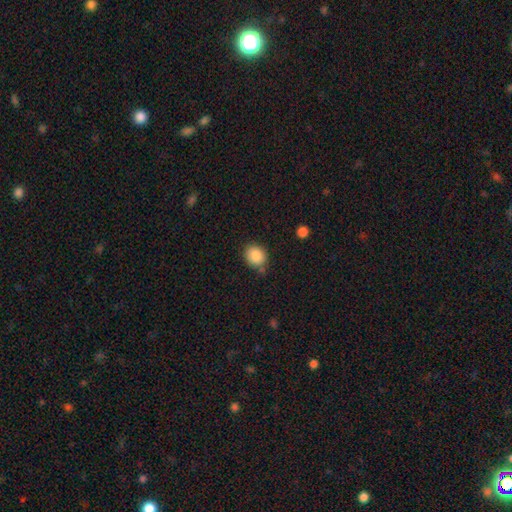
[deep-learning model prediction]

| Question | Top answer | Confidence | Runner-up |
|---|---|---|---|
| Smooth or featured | smooth | 88% | star or artifact (8%) |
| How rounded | round | 70% | in between (29%) |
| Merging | none | 76% | minor disturbance (15%) |